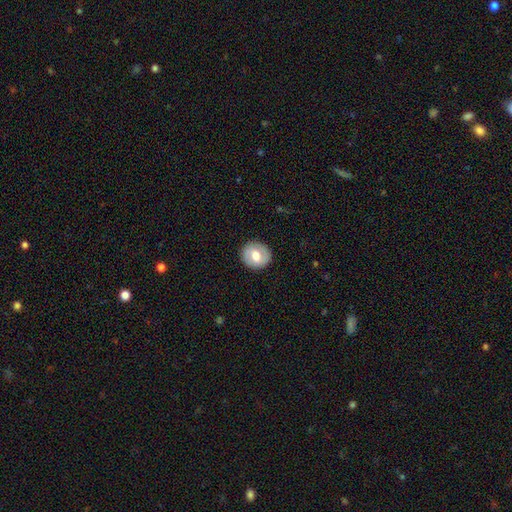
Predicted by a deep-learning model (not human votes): This is possibly a smooth galaxy (57%). How rounded: clearly round (84%). Merging: clearly none (88%).